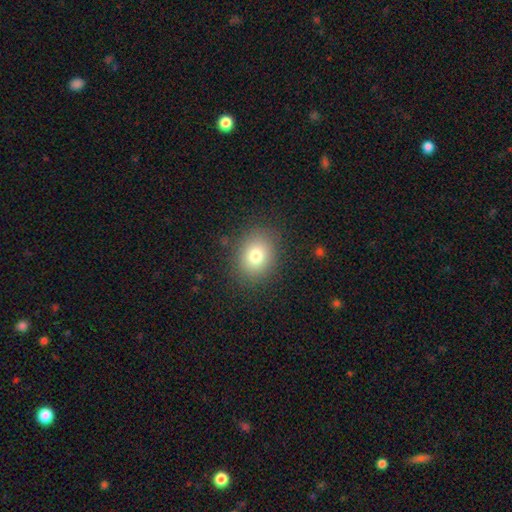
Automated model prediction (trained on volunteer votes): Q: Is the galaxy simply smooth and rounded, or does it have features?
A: smooth — 79%.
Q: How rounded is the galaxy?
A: round — 55%.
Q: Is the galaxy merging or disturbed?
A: none — 86%.